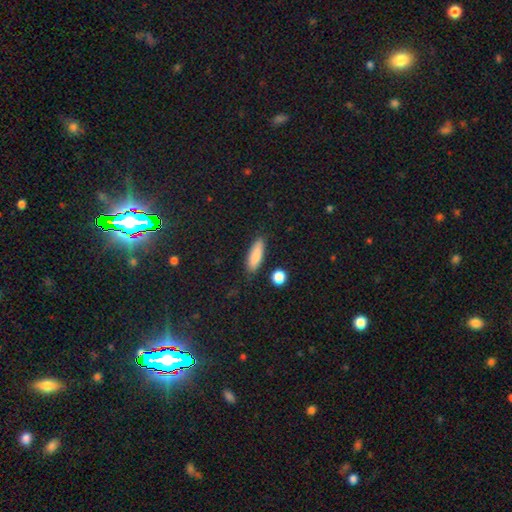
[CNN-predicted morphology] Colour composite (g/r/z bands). It shows a smooth galaxy with no disk features (84%) that is in between round and cigar-shaped (51%). Merging: none (83%).